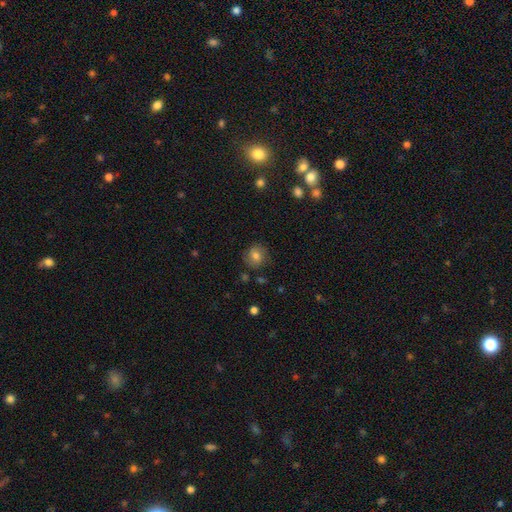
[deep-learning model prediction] Smooth or featured? Predicted: smooth (p=0.70). How rounded? Predicted: round (p=0.80). Merging? Predicted: none (p=0.78).